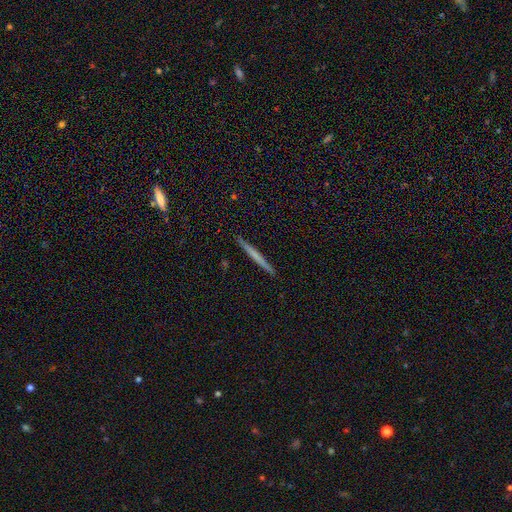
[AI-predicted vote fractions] Smooth or featured? smooth (51%)
How rounded? cigar-shaped (97%)
Merging? none (93%)